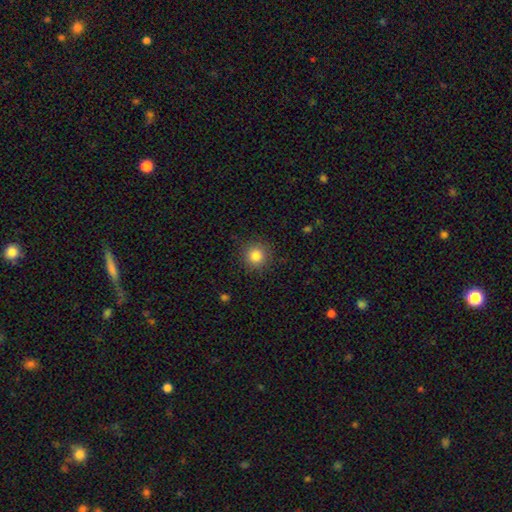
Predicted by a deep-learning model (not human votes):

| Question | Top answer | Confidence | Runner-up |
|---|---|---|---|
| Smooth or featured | smooth | 83% | star or artifact (11%) |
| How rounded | round | 94% | in between (5%) |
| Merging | none | 90% | minor disturbance (7%) |